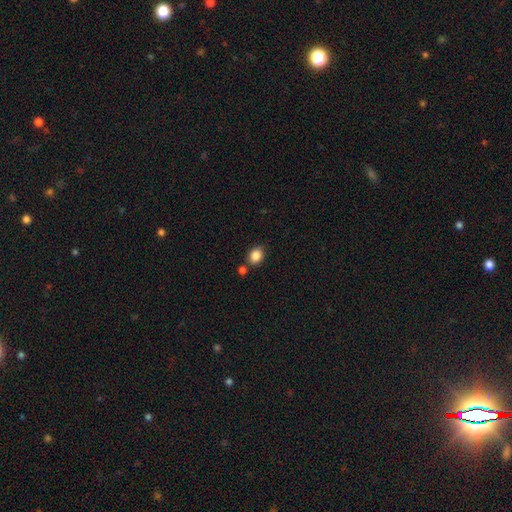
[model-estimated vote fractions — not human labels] This is clearly a smooth galaxy (86%). How rounded: possibly in between (57%). Merging: likely none (75%).